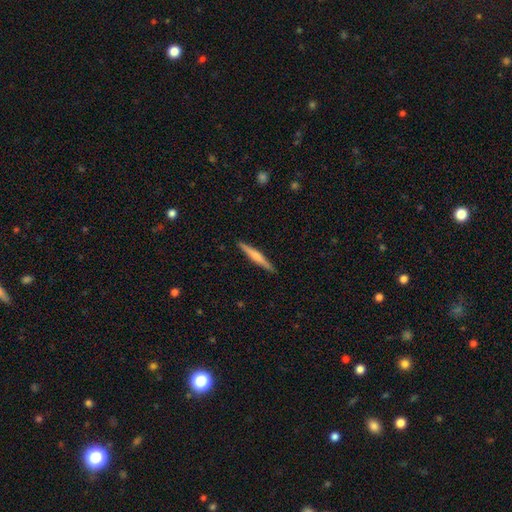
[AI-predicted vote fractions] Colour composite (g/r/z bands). It shows a smooth galaxy with no disk features (49%). Merging: none (91%).